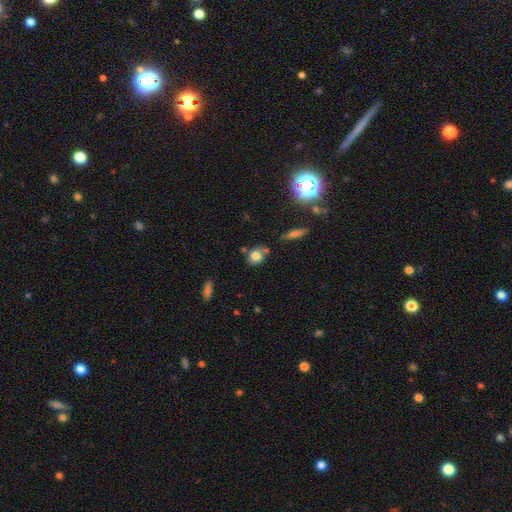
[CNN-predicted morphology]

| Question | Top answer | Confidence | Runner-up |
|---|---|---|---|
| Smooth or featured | smooth | 77% | featured or disk (12%) |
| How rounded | round | 56% | in between (41%) |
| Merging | none | 59% | minor disturbance (20%) |